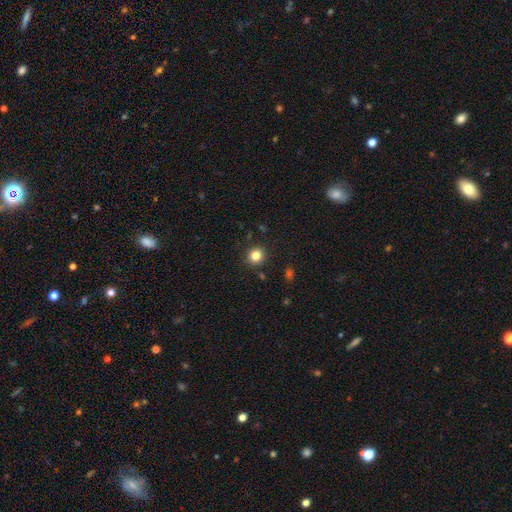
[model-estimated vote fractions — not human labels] smooth-or-featured: smooth: 83% | star or artifact: 12% | featured or disk: 6%
  how-rounded: round: 88% | in between: 11% | cigar-shaped: 1%
  merging: none: 89% | minor disturbance: 7% | major disturbance: 2% | merger: 2%